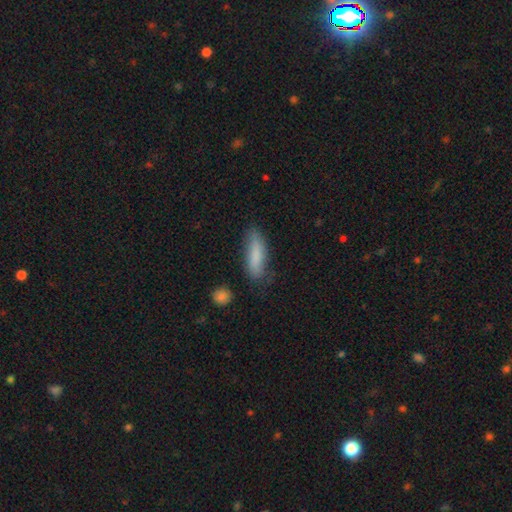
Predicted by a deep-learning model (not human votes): This appears to be a smooth galaxy with no disk features (82%) that is cigar-shaped (57%). Merging: none (70%).